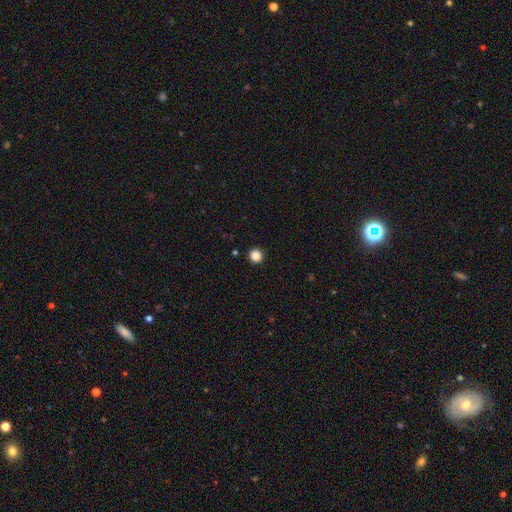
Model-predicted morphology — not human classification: Smooth or featured: smooth — 86% (star or artifact — 11%)
How rounded: round — 94% (in between — 5%)
Merging: none — 92% (minor disturbance — 5%)